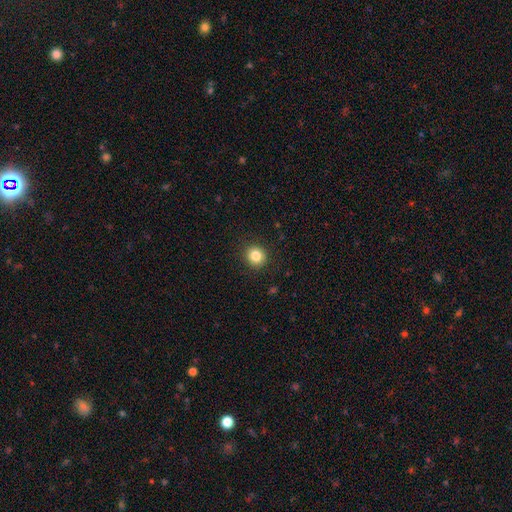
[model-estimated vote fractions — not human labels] Smooth or featured?
  - smooth: 84% *
  - star or artifact: 11%
  - featured or disk: 5%
How rounded?
  - round: 88% *
  - in between: 11%
  - cigar-shaped: 1%
Merging?
  - none: 91% *
  - minor disturbance: 6%
  - major disturbance: 2%
  - merger: 1%